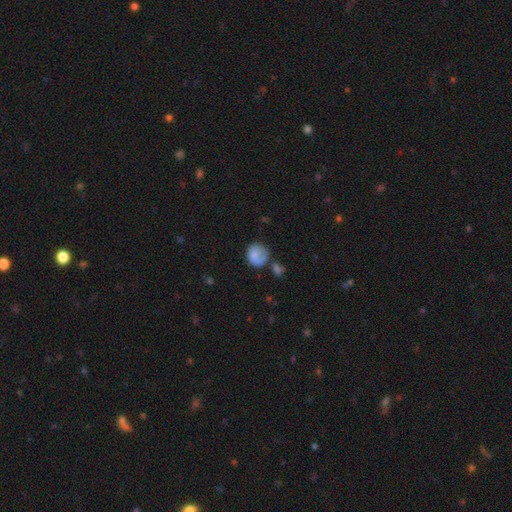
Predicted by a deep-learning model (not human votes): smooth-or-featured: smooth: 76% | featured or disk: 16% | star or artifact: 8%
  how-rounded: round: 74% | in between: 25% | cigar-shaped: 1%
  merging: none: 46% | minor disturbance: 26% | major disturbance: 15% | merger: 14%